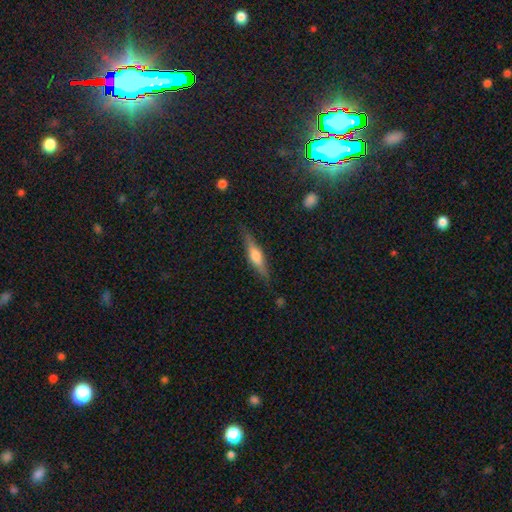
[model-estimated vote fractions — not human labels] A featured or disk galaxy (52%) viewed edge-on (93%).

Vote fractions:
- Smooth or featured? featured or disk: 52% / smooth: 41% / star or artifact: 7%
- Edge-on disk? yes: 93% / no: 7%
- Merging? none: 82% / minor disturbance: 14% / major disturbance: 3% / merger: 1%